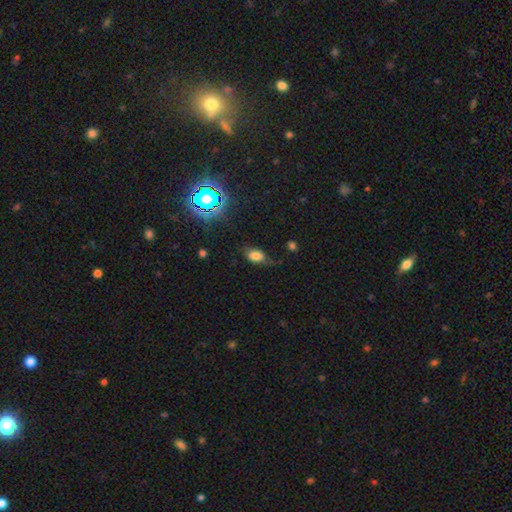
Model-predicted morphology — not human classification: Smooth or featured?
  - smooth: 71% *
  - star or artifact: 16%
  - featured or disk: 13%
How rounded?
  - in between: 84% *
  - round: 13%
  - cigar-shaped: 4%
Merging?
  - none: 51% *
  - minor disturbance: 31%
  - major disturbance: 15%
  - merger: 3%